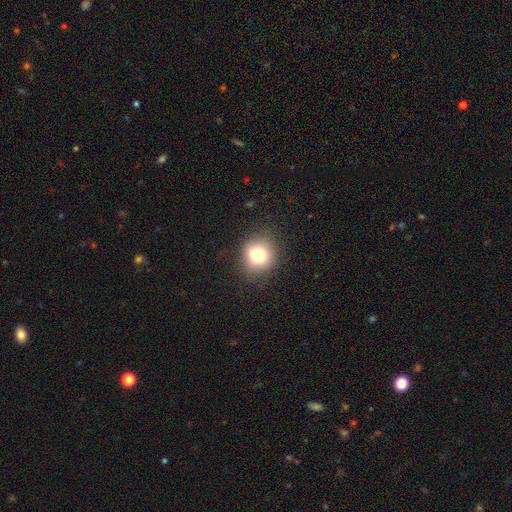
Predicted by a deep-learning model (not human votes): smooth_or_featured: smooth (p=0.76) [alt: star or artifact p=0.12]
how_rounded: round (p=0.77) [alt: in between p=0.22]
merging: none (p=0.79) [alt: minor disturbance p=0.14]